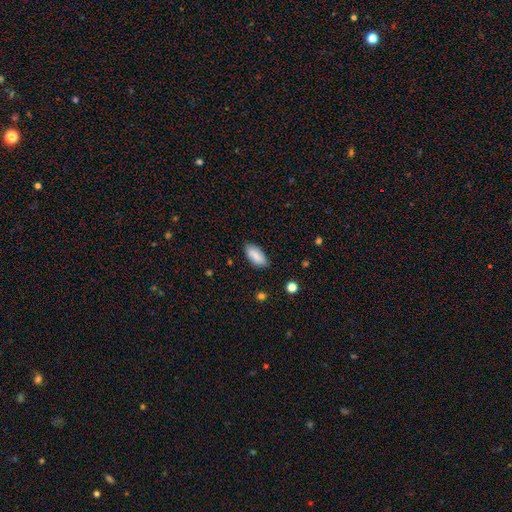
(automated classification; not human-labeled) smooth-or-featured: smooth: 82% | featured or disk: 11% | star or artifact: 7%
  how-rounded: in between: 90% | cigar-shaped: 8% | round: 2%
  merging: none: 83% | minor disturbance: 14% | major disturbance: 2% | merger: 1%